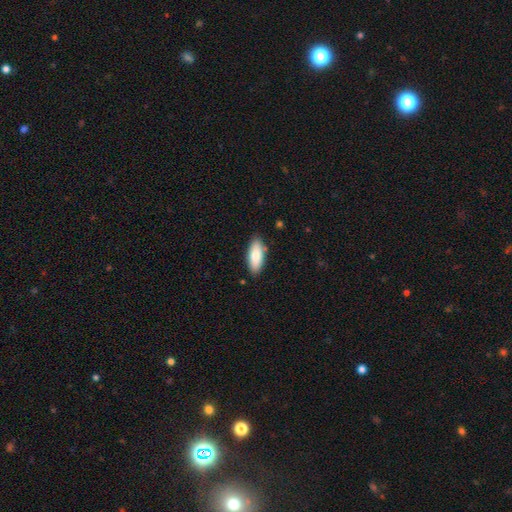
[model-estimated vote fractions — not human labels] smooth-or-featured: smooth: 81% | featured or disk: 13% | star or artifact: 6%
  how-rounded: in between: 81% | cigar-shaped: 17% | round: 2%
  merging: none: 85% | minor disturbance: 11% | major disturbance: 2% | merger: 2%